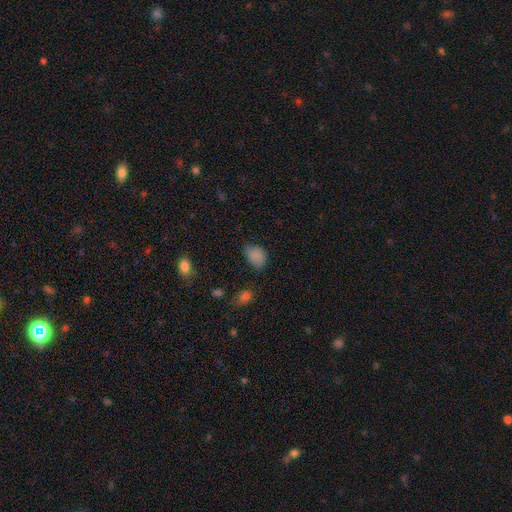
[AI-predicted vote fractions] Smooth or featured: smooth — 80% (star or artifact — 13%)
How rounded: in between — 67% (round — 32%)
Merging: none — 55% (minor disturbance — 33%)